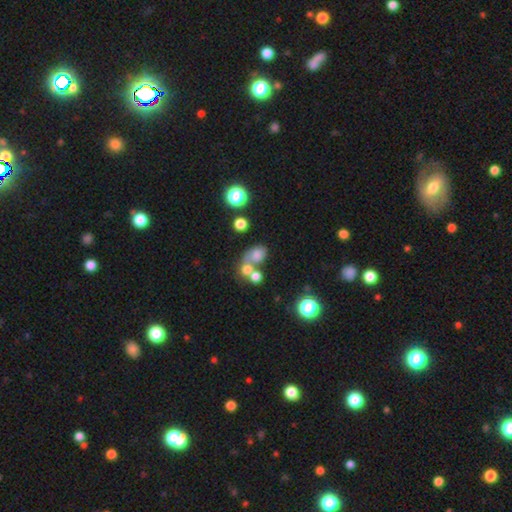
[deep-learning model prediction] Smooth or featured? Predicted: smooth (p=0.60). How rounded? Predicted: in between (p=0.51). Merging? Predicted: merger (p=0.50).